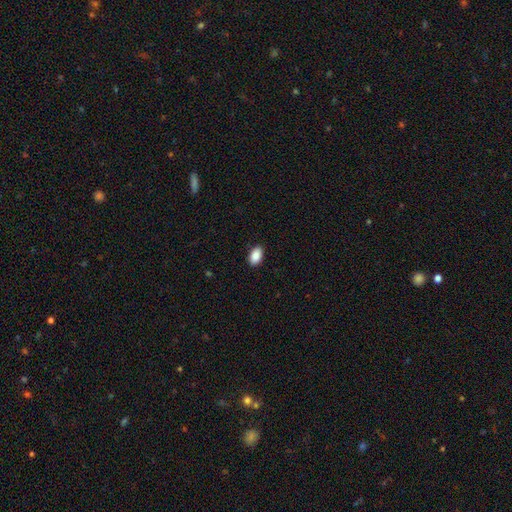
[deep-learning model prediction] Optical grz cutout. It shows a smooth galaxy with no disk features (88%) that is in between round and cigar-shaped (92%). Merging: none (88%).